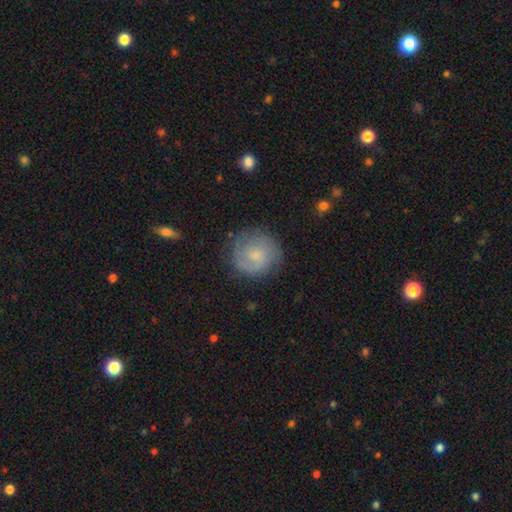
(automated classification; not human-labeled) featured or disk 51%, smooth 42%, star or artifact 8%. Down the decision tree: edge-on disk — no (98%); merging — none (77%).